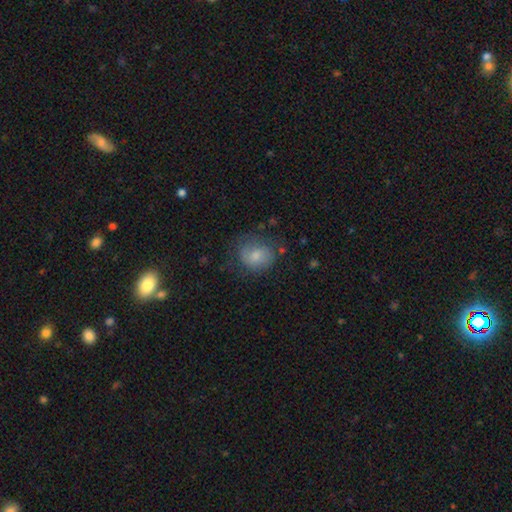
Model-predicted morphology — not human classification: smooth_or_featured: smooth (p=0.71) [alt: featured or disk p=0.20]
how_rounded: round (p=0.63) [alt: in between p=0.36]
merging: none (p=0.58) [alt: minor disturbance p=0.26]